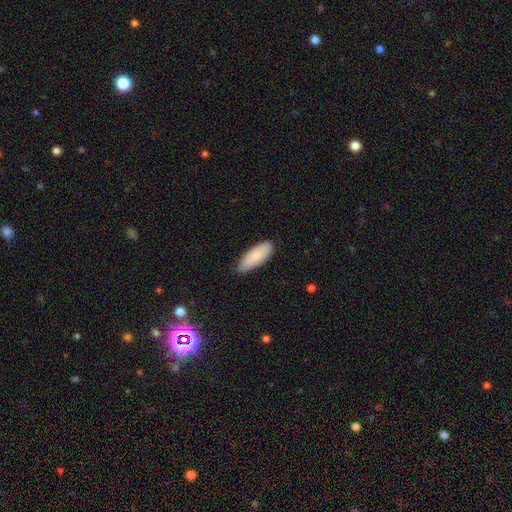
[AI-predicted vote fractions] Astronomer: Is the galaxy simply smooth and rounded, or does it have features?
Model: smooth — 83%.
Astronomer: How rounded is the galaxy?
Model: in between — 76%.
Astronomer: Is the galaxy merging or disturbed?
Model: none — 79%.